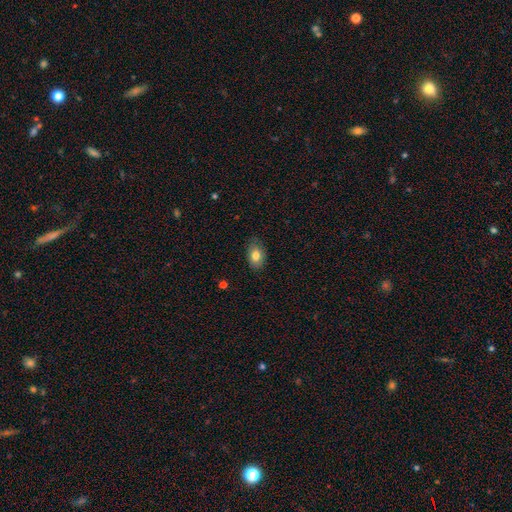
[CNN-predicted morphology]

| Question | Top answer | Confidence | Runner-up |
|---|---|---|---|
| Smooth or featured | smooth | 80% | featured or disk (12%) |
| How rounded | in between | 87% | round (12%) |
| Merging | none | 80% | minor disturbance (16%) |